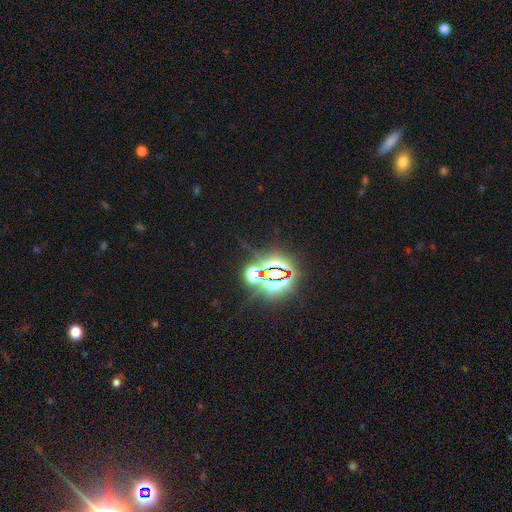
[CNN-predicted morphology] This is likely a star or artifact rather than a galaxy (80%).